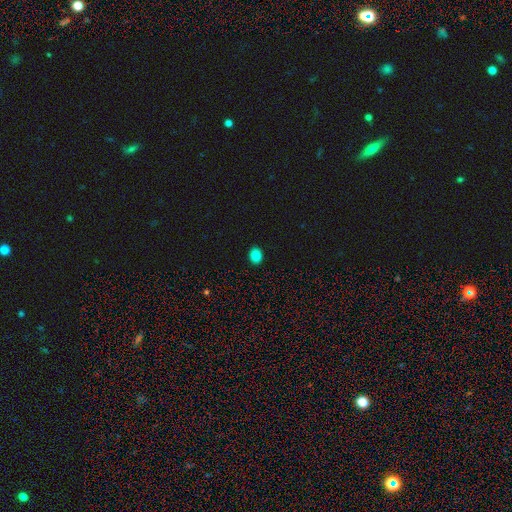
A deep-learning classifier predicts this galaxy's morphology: A smooth galaxy with no disk features (85%) that is in between round and cigar-shaped (61%).

Vote fractions:
- Smooth or featured? smooth: 85% / star or artifact: 11% / featured or disk: 3%
- How rounded? in between: 61% / round: 38% / cigar-shaped: 1%
- Merging? none: 91% / minor disturbance: 7% / major disturbance: 2% / merger: 1%